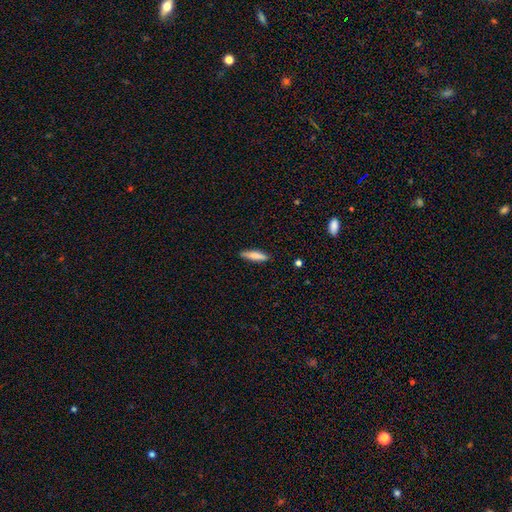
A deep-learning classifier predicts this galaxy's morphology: A smooth galaxy with no disk features (78%) that is cigar-shaped (75%).

Vote fractions:
- Smooth or featured? smooth: 78% / featured or disk: 15% / star or artifact: 6%
- How rounded? cigar-shaped: 75% / in between: 24% / round: 2%
- Merging? none: 86% / minor disturbance: 10% / major disturbance: 2% / merger: 1%